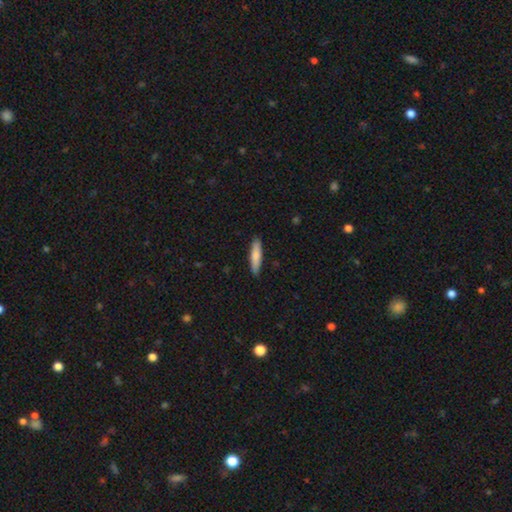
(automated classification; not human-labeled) This is likely a smooth galaxy (78%). How rounded: clearly cigar-shaped (81%). Merging: clearly none (89%).